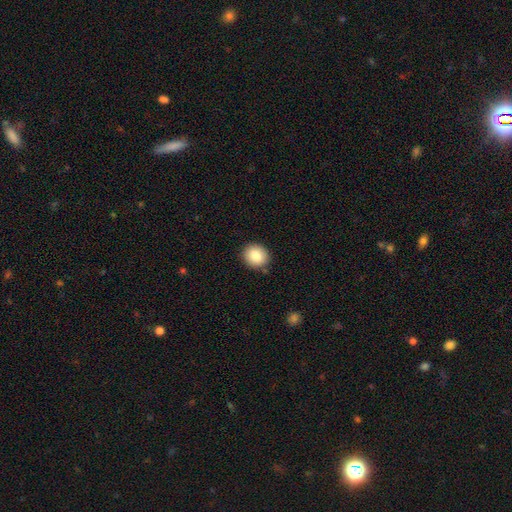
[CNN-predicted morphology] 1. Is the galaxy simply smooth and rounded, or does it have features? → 85% smooth, 9% star or artifact, 7% featured or disk.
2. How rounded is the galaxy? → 76% round, 23% in between, 1% cigar-shaped.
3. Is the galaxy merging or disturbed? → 88% none, 8% minor disturbance, 2% major disturbance, 2% merger.